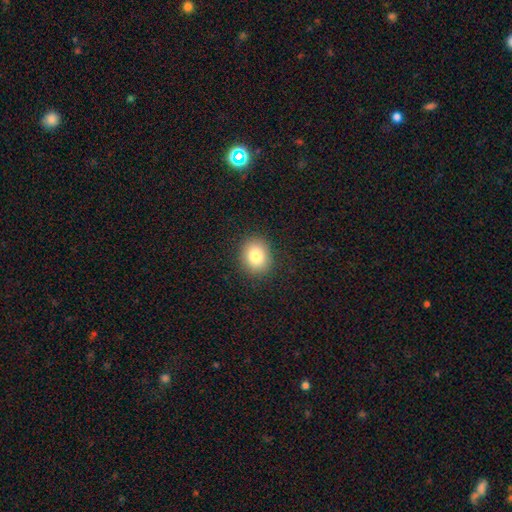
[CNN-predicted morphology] Smooth or featured: smooth — 82% (star or artifact — 10%)
How rounded: round — 68% (in between — 31%)
Merging: none — 89% (minor disturbance — 7%)